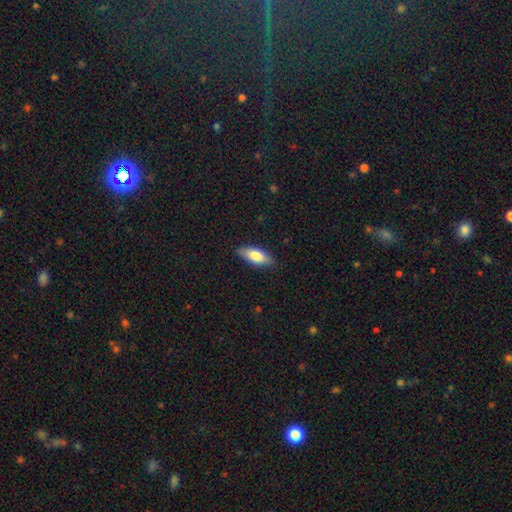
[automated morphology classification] This appears to be a smooth galaxy with no disk features (79%) that is in between round and cigar-shaped (74%). Merging: none (87%).